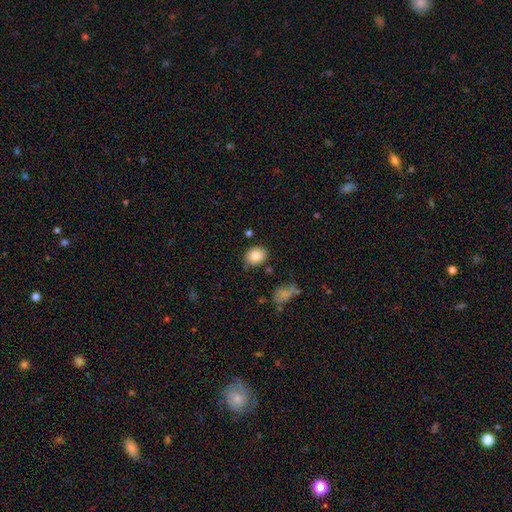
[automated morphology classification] This is clearly a smooth galaxy (84%). How rounded: possibly in between (55%). Merging: likely none (79%).